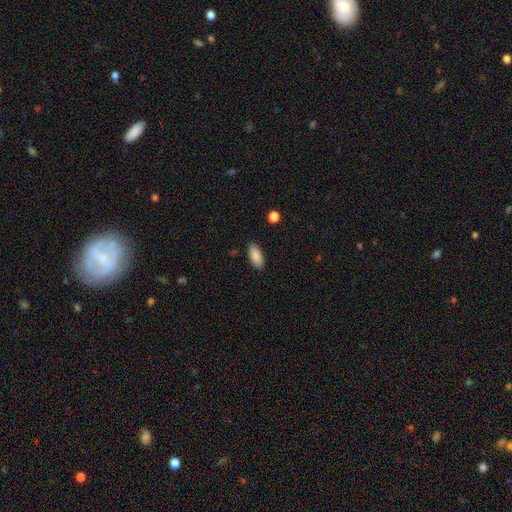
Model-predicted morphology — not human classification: Smooth or featured? Predicted: smooth (p=0.88). How rounded? Predicted: in between (p=0.91). Merging? Predicted: none (p=0.87).